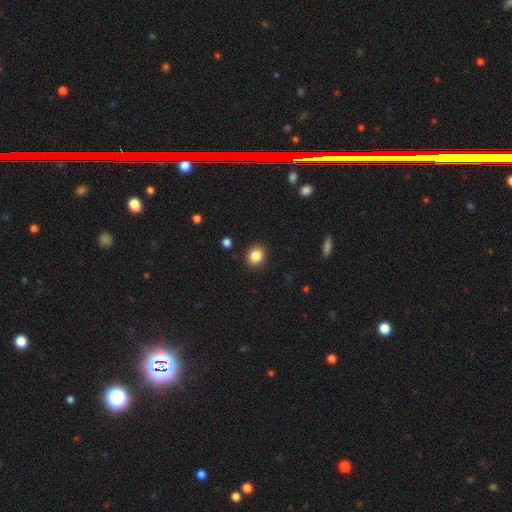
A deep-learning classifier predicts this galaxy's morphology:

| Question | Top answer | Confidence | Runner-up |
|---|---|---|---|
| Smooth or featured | smooth | 86% | star or artifact (10%) |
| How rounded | round | 70% | in between (29%) |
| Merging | none | 90% | minor disturbance (7%) |